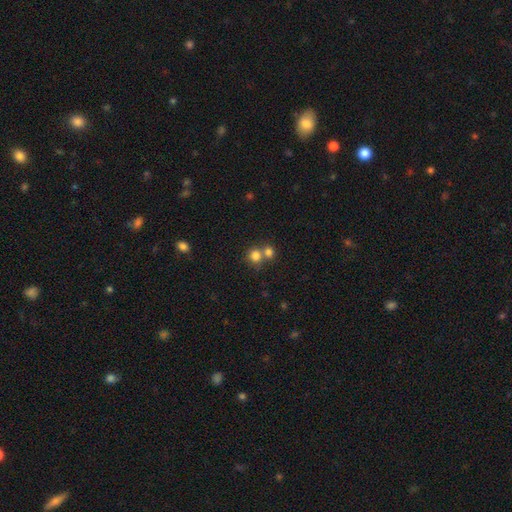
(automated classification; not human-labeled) smooth 79%, star or artifact 12%, featured or disk 9%. Down the decision tree: how rounded — round (87%); merging — merger (46%, tied with none).